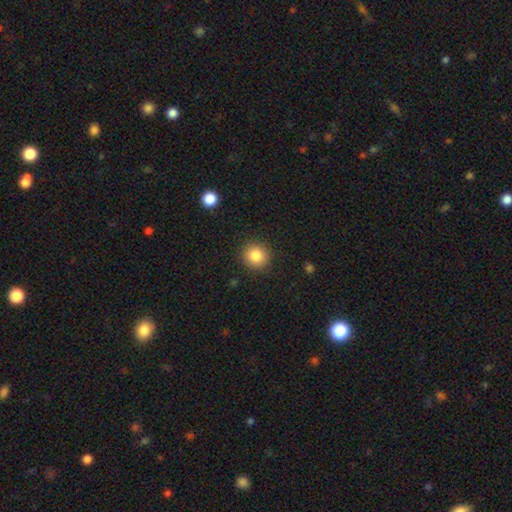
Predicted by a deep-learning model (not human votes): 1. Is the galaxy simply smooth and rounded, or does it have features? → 85% smooth, 10% star or artifact, 6% featured or disk.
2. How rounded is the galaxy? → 88% round, 11% in between, 1% cigar-shaped.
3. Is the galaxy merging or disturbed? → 90% none, 7% minor disturbance, 2% major disturbance, 1% merger.